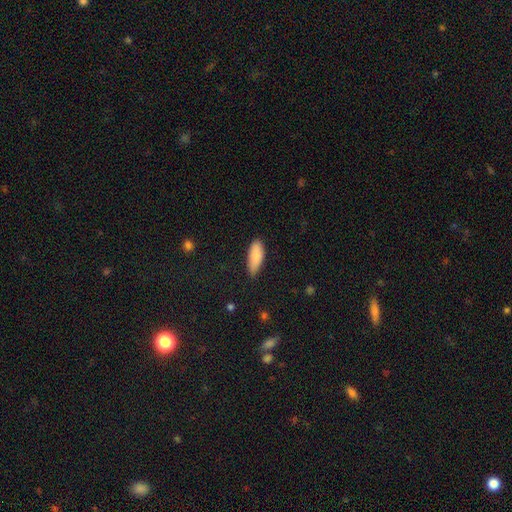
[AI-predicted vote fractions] Overall: smooth (87%). How rounded: in between (76%). Merging: none (77%).